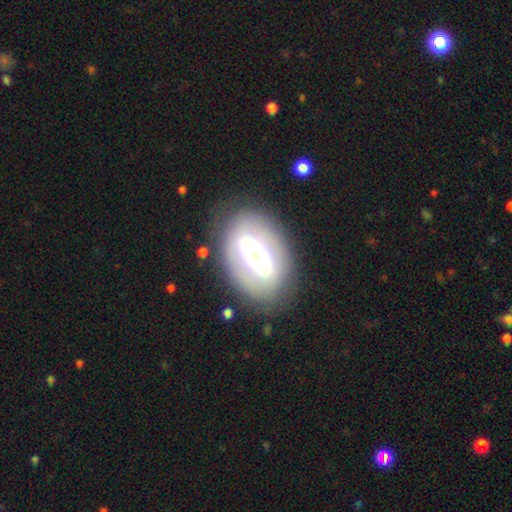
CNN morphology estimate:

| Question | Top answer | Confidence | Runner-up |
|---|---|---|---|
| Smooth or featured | featured or disk | 64% | smooth (29%) |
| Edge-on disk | no | 87% | yes (13%) |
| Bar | strong | 56% | weak (25%) |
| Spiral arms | no | 74% | yes (26%) |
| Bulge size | moderate | 54% | large (26%) |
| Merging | none | 74% | minor disturbance (14%) |